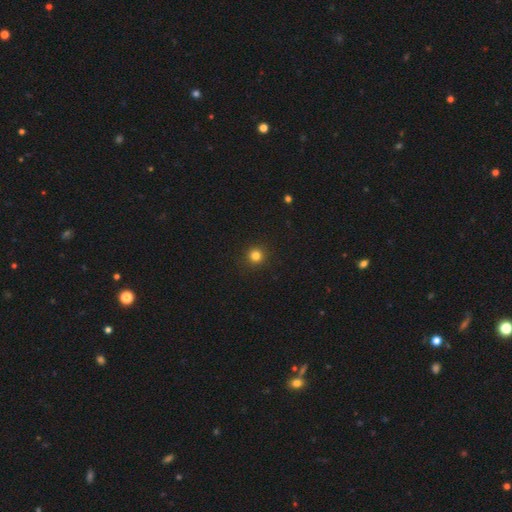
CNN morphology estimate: smooth 82%, star or artifact 14%, featured or disk 4%. Down the decision tree: how rounded — round (94%); merging — none (92%).